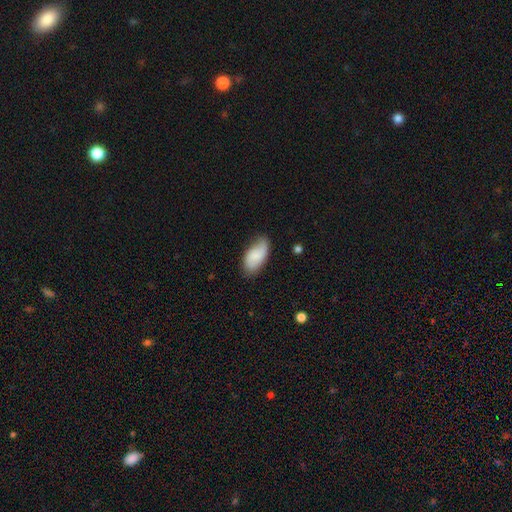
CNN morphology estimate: smooth 71%, featured or disk 22%, star or artifact 7%. Down the decision tree: how rounded — in between (94%); merging — none (63%).